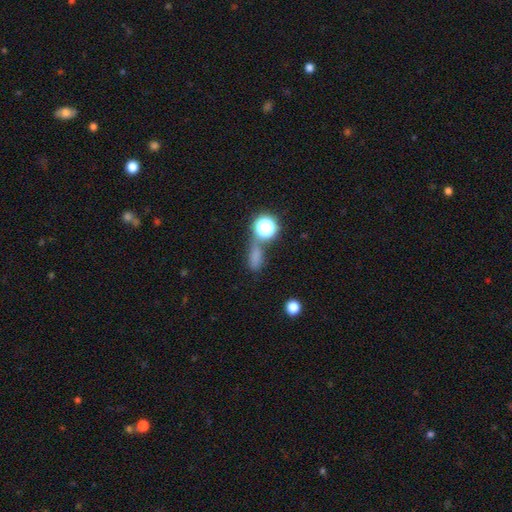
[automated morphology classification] smooth 65%, star or artifact 26%, featured or disk 9%. Down the decision tree: how rounded — in between (52%); merging — none (51%).